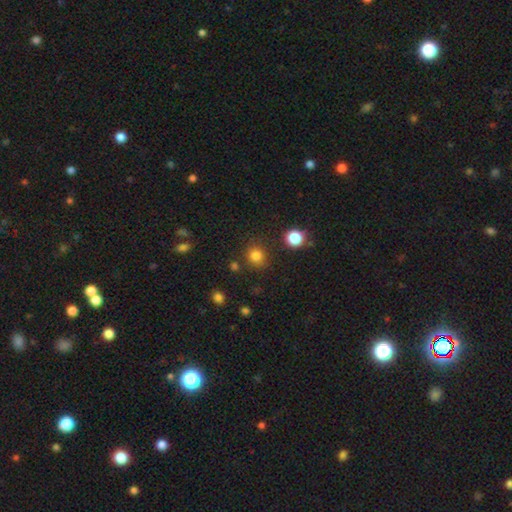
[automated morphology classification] Overall: smooth (81%). How rounded: round (84%). Merging: none (82%).